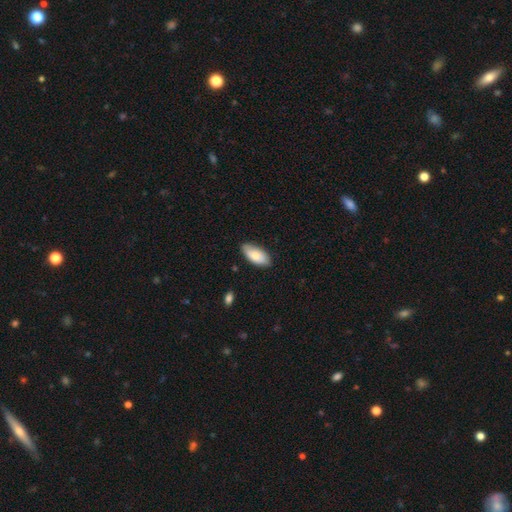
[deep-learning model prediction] Q: Smooth or featured?
A: smooth (80%); runner-up: featured or disk (14%)
Q: How rounded?
A: in between (92%); runner-up: cigar-shaped (6%)
Q: Merging?
A: none (82%); runner-up: minor disturbance (15%)